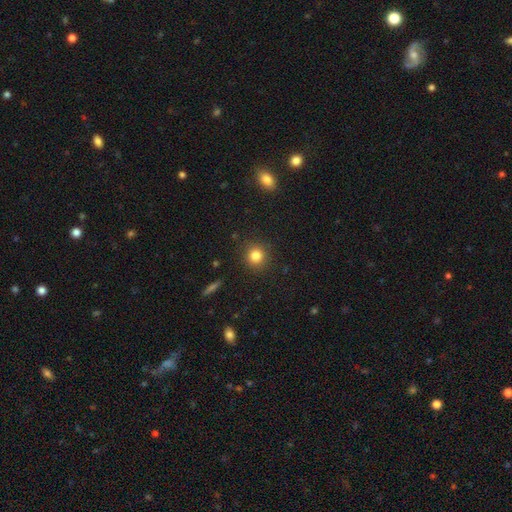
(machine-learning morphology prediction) Smooth or featured?
  - smooth: 82% *
  - star or artifact: 12%
  - featured or disk: 6%
How rounded?
  - round: 92% *
  - in between: 7%
  - cigar-shaped: 1%
Merging?
  - none: 89% *
  - minor disturbance: 7%
  - major disturbance: 2%
  - merger: 1%